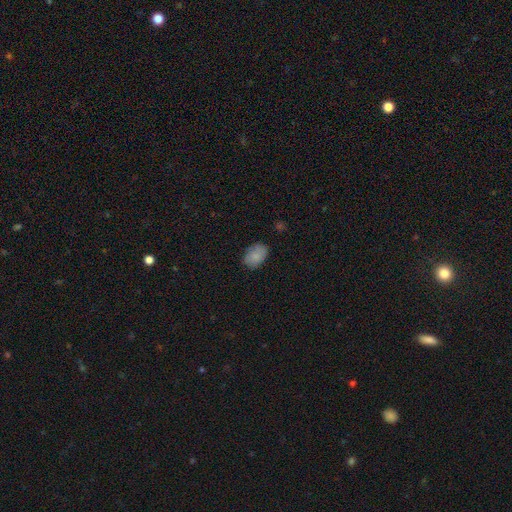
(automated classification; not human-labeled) Smooth or featured? smooth (85%)
How rounded? in between (82%)
Merging? none (81%)